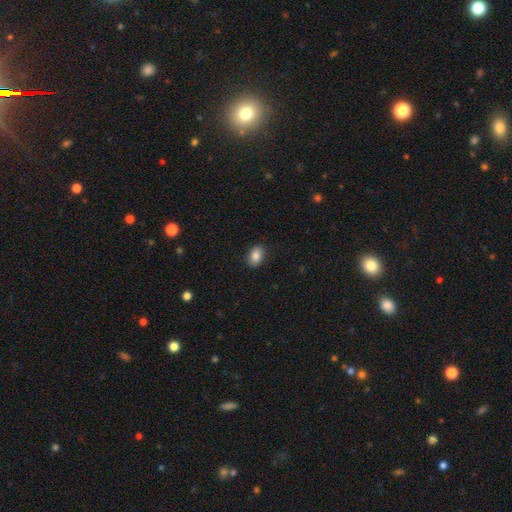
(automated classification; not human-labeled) smooth-or-featured: smooth: 86% | star or artifact: 8% | featured or disk: 6%
  how-rounded: in between: 81% | round: 18% | cigar-shaped: 1%
  merging: none: 88% | minor disturbance: 9% | major disturbance: 2% | merger: 1%